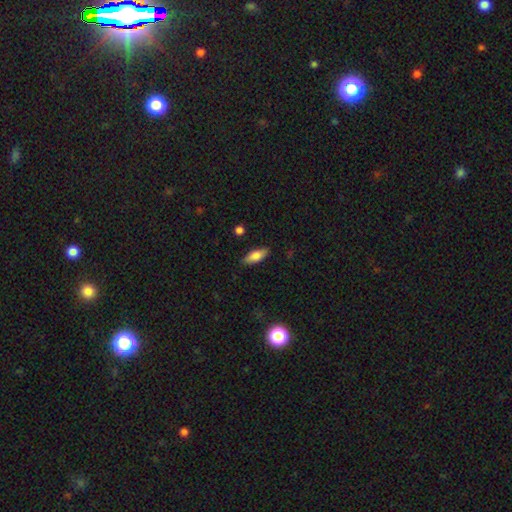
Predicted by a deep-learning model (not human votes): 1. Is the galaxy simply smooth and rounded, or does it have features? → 77% smooth, 16% featured or disk, 7% star or artifact.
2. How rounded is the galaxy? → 75% in between, 22% cigar-shaped, 2% round.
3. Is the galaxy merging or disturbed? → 86% none, 11% minor disturbance, 2% major disturbance, 1% merger.